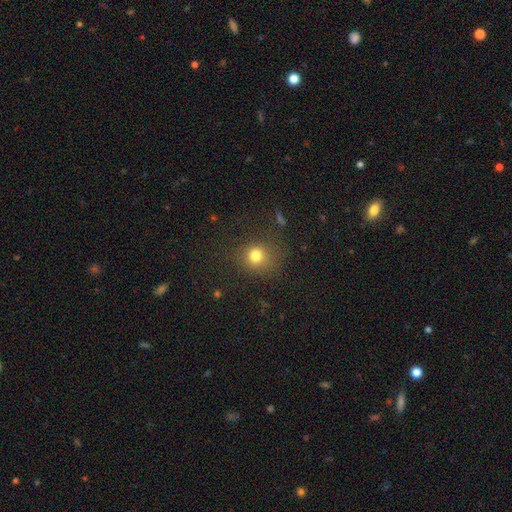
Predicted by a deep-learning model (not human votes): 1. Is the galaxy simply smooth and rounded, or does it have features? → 77% smooth, 16% star or artifact, 7% featured or disk.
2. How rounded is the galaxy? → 82% round, 17% in between, 1% cigar-shaped.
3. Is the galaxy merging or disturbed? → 76% none, 14% minor disturbance, 8% major disturbance, 2% merger.